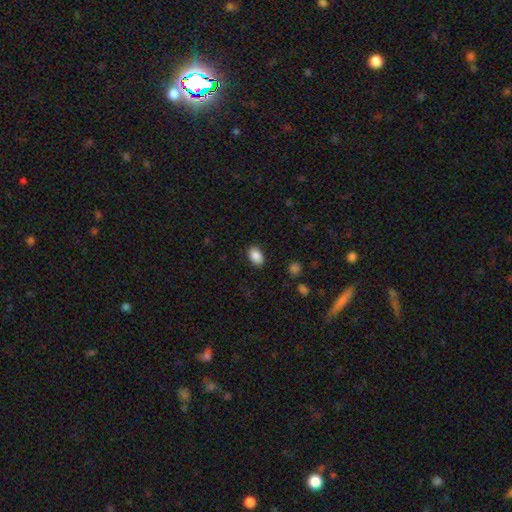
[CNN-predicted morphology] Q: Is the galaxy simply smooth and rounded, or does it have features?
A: smooth — 87%.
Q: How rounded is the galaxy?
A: in between — 89%.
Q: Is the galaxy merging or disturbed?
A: none — 86%.